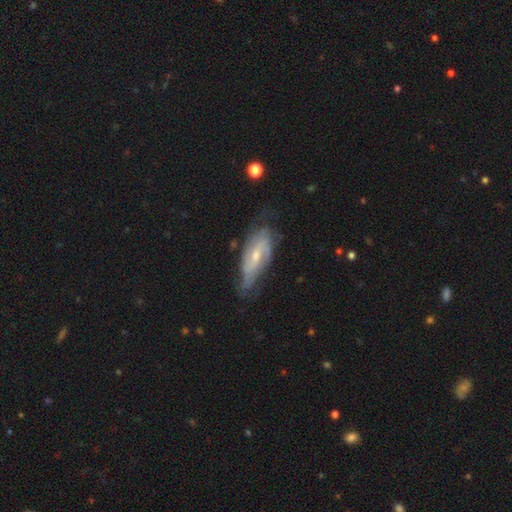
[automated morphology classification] Smooth or featured?
  - featured or disk: 75% *
  - smooth: 18%
  - star or artifact: 6%
Edge-on disk?
  - no: 86% *
  - yes: 14%
Bar?
  - weak: 47% *
  - no: 37%
  - strong: 16%
Spiral arms?
  - yes: 90% *
  - no: 10%
Spiral winding?
  - medium: 42% *
  - tight: 38%
  - loose: 19%
Spiral arm count?
  - 2: 54% *
  - can't tell: 28%
  - 3: 9%
  - 1: 4%
  - 4: 3%
  - more than 4: 2%
Bulge size?
  - small: 52% *
  - moderate: 42%
  - none: 3%
  - large: 2%
  - dominant: 1%
Merging?
  - none: 59% *
  - minor disturbance: 28%
  - major disturbance: 11%
  - merger: 2%